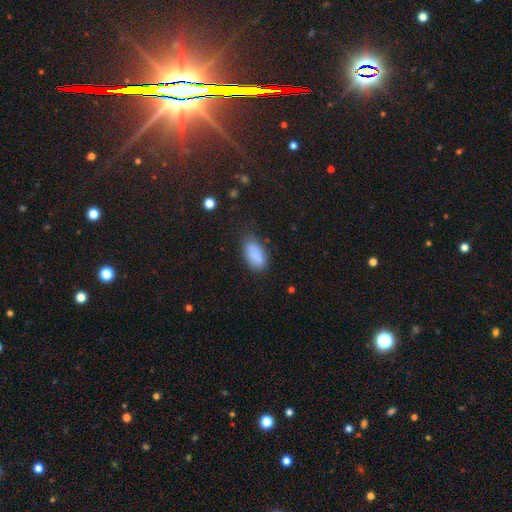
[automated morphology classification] smooth-or-featured: smooth: 84% | star or artifact: 8% | featured or disk: 8%
  how-rounded: in between: 91% | cigar-shaped: 5% | round: 4%
  merging: none: 66% | minor disturbance: 24% | major disturbance: 7% | merger: 3%